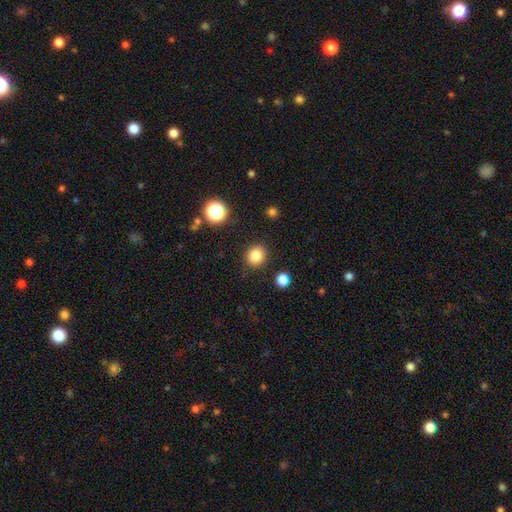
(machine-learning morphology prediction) The model was most divided on "how rounded": round: 84%, in between: 15%, cigar-shaped: 1%. More confident: merging — none (89%); smooth or featured — smooth (83%).